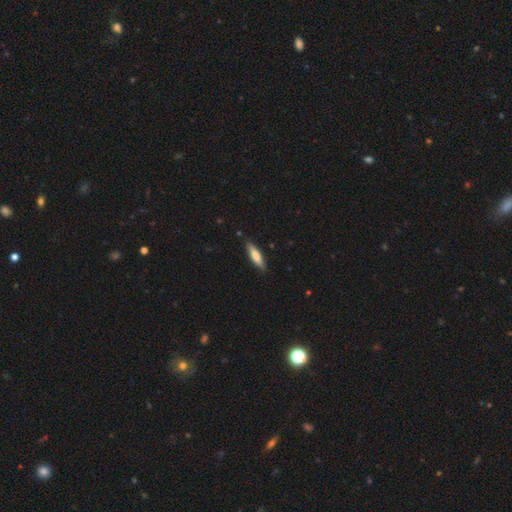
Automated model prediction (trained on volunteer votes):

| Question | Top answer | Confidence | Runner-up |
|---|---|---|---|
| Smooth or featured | smooth | 73% | featured or disk (22%) |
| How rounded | cigar-shaped | 72% | in between (27%) |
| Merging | none | 86% | minor disturbance (11%) |